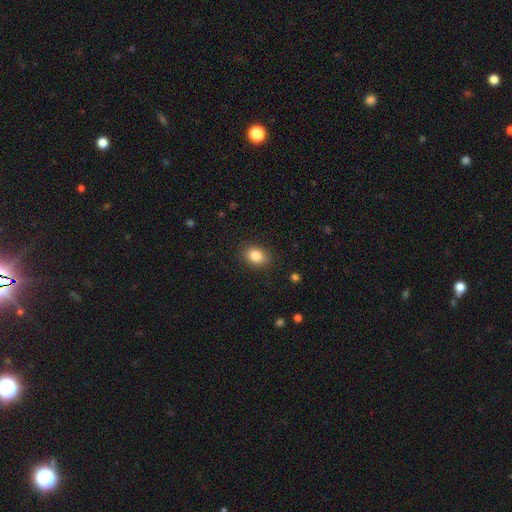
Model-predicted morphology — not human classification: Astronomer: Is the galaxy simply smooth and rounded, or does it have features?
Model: smooth — 85%.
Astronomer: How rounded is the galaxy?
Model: in between — 69%.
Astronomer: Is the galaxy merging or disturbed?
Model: none — 86%.